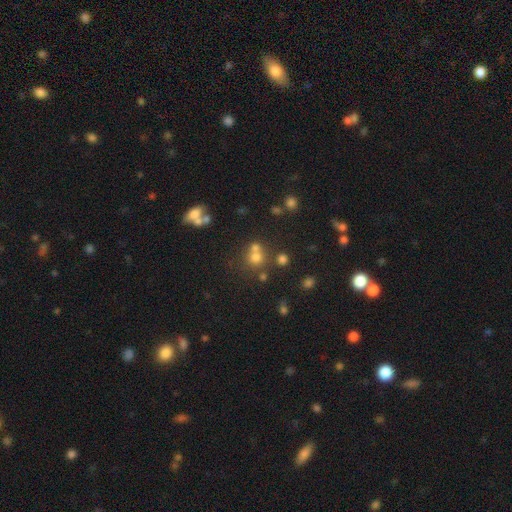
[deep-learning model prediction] Smooth or featured? Predicted: smooth (p=0.66). How rounded? Predicted: round (p=0.85). Merging? Predicted: none (p=0.50).